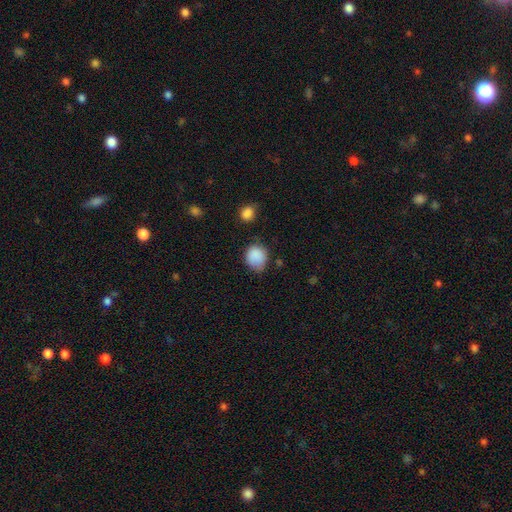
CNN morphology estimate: Smooth or featured? smooth (85%)
How rounded? round (67%)
Merging? none (54%)